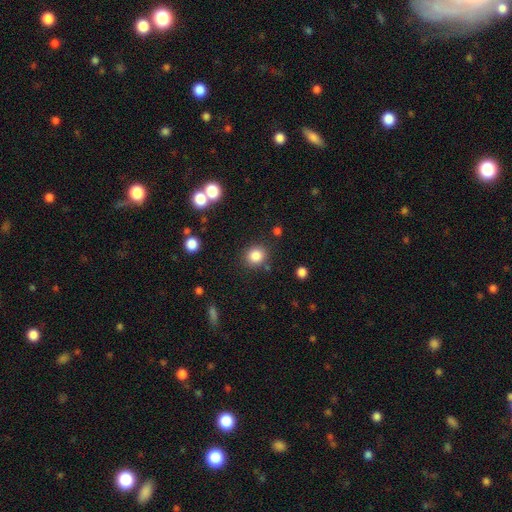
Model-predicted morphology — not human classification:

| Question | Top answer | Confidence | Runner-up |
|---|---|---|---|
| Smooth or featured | smooth | 84% | star or artifact (11%) |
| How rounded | round | 83% | in between (16%) |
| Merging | none | 84% | minor disturbance (9%) |